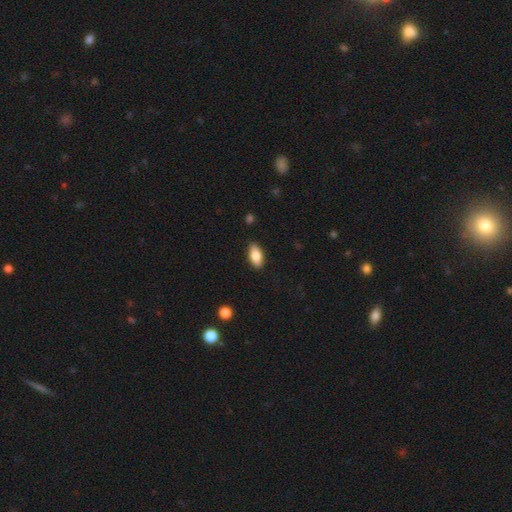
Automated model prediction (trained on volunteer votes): Q: Smooth or featured?
A: smooth (83%); runner-up: featured or disk (10%)
Q: How rounded?
A: in between (88%); runner-up: cigar-shaped (9%)
Q: Merging?
A: none (87%); runner-up: minor disturbance (10%)